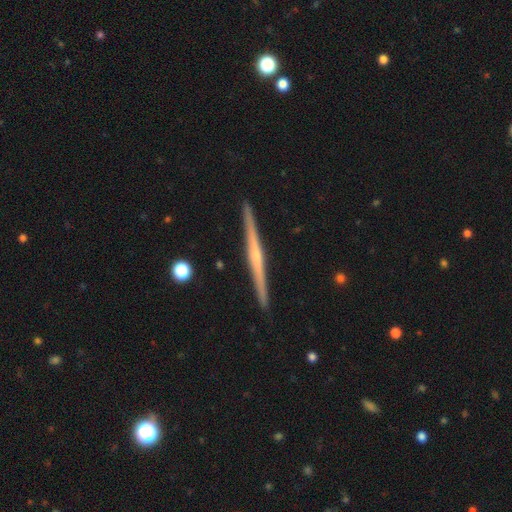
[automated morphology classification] A featured or disk galaxy (76%) viewed edge-on (99%) with a rounded central bulge (52%).

Vote fractions:
- Smooth or featured? featured or disk: 76% / smooth: 19% / star or artifact: 5%
- Edge-on disk? yes: 99% / no: 1%
- Edge-on bulge? rounded: 52% / none: 38% / boxy: 10%
- Merging? none: 93% / minor disturbance: 5% / merger: 1% / major disturbance: 1%